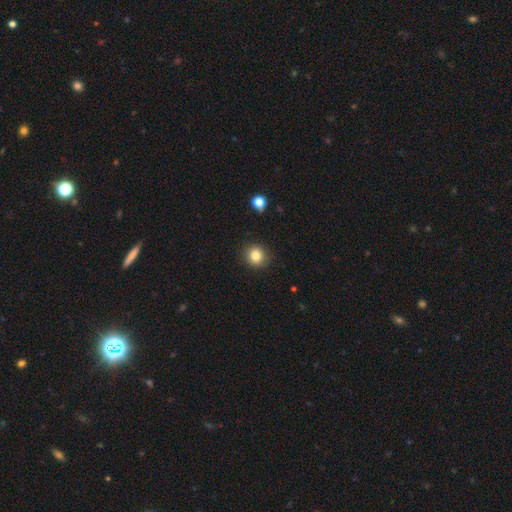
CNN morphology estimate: The model was most divided on "smooth or featured": smooth: 83%, star or artifact: 11%, featured or disk: 6%. More confident: merging — none (90%); how rounded — round (87%).